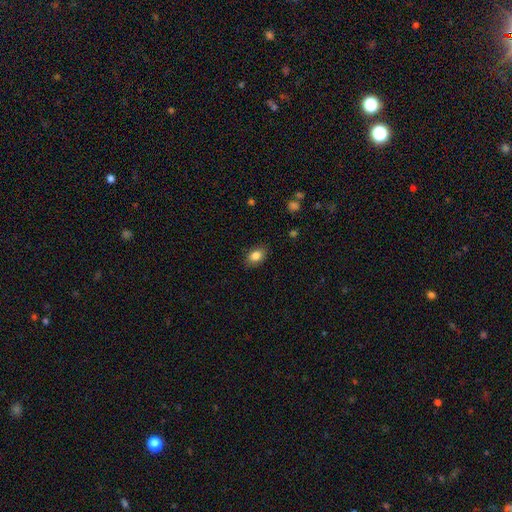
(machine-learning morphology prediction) smooth 84%, star or artifact 9%, featured or disk 7%. Down the decision tree: how rounded — in between (81%); merging — none (86%).